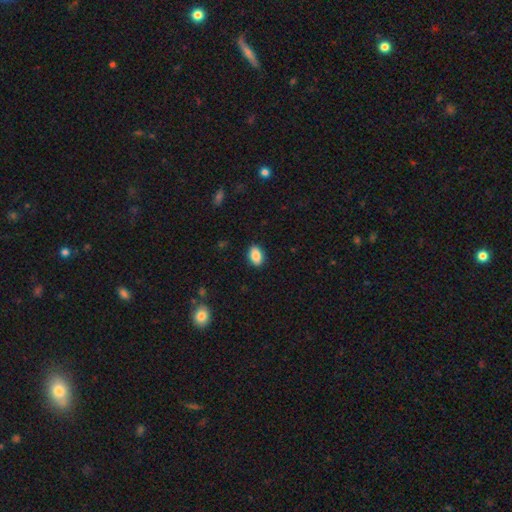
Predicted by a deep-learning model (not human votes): Overall: smooth (88%). How rounded: in between (90%). Merging: none (89%).